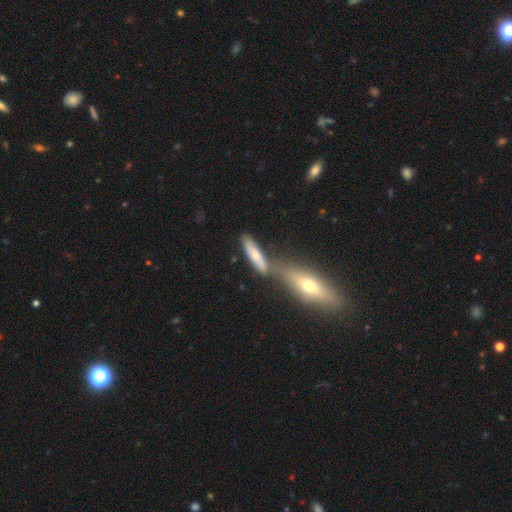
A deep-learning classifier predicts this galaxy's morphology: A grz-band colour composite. It shows a smooth galaxy with no disk features (68%) that is cigar-shaped (67%). Merging: none (48%).